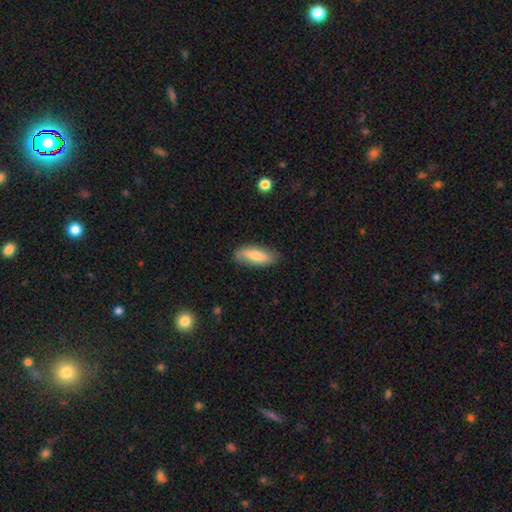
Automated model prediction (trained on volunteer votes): Smooth or featured? smooth (63%)
How rounded? in between (67%)
Merging? none (79%)